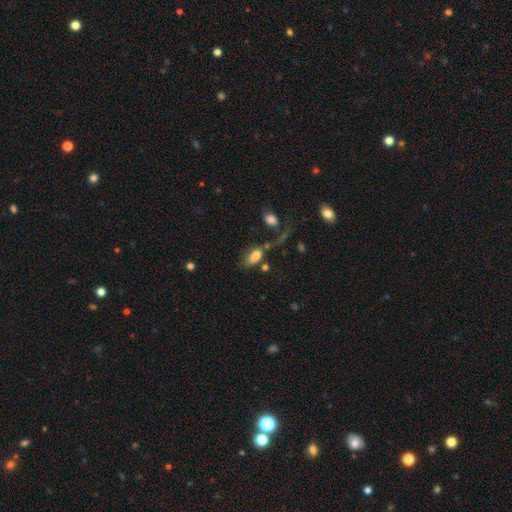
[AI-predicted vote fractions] The model was most divided on "merging": none: 39%, merger: 23%, major disturbance: 21%, minor disturbance: 17%. More confident: how rounded — in between (88%); smooth or featured — smooth (76%).